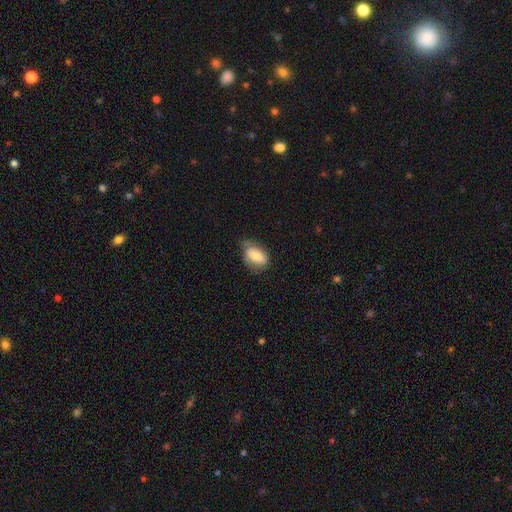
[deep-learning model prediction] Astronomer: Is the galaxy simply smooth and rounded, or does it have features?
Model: smooth — 74%.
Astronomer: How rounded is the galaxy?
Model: in between — 86%.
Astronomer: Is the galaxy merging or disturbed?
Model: none — 54% (runner-up: minor disturbance, 33%).